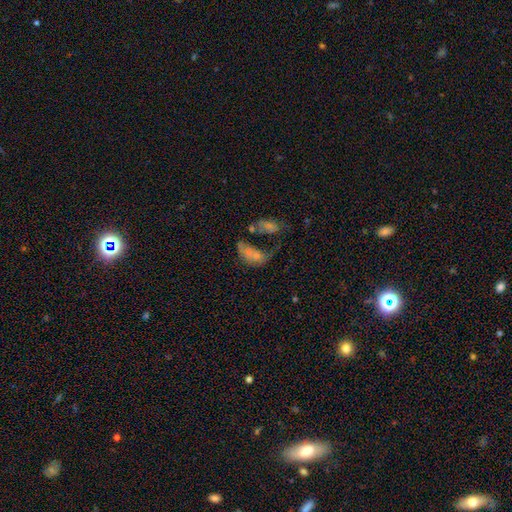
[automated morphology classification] This is marginally a smooth galaxy (41%). Merging: marginally merger (39%).